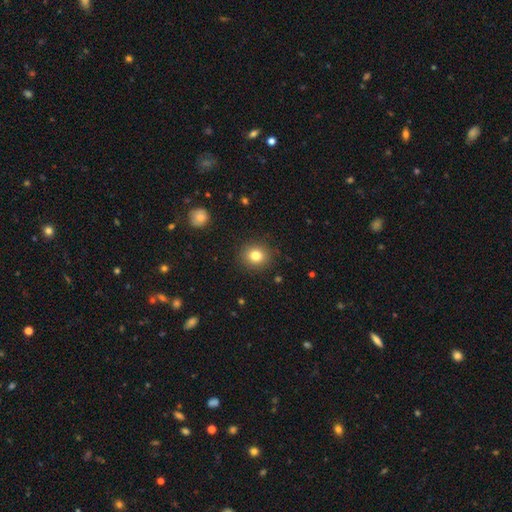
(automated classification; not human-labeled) Smooth or featured? Predicted: smooth (p=0.81). How rounded? Predicted: round (p=0.86). Merging? Predicted: none (p=0.90).